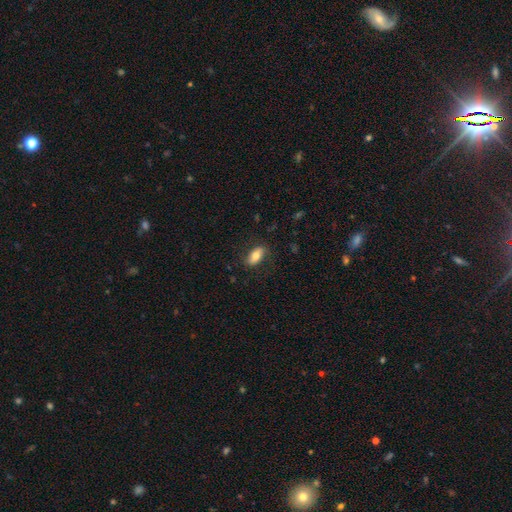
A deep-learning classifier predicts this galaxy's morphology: smooth 73%, featured or disk 20%, star or artifact 7%. Down the decision tree: how rounded — in between (86%); merging — none (80%).